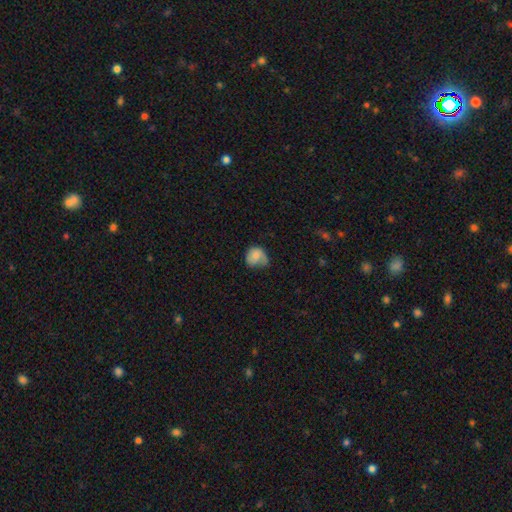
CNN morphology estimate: Smooth or featured: smooth — 71% (featured or disk — 21%)
How rounded: round — 65% (in between — 34%)
Merging: minor disturbance — 36% (none — 35%)